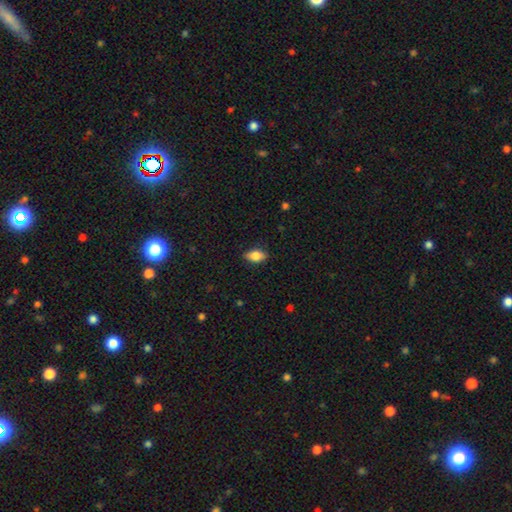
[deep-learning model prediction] Smooth or featured? Predicted: smooth (p=0.81). How rounded? Predicted: in between (p=0.88). Merging? Predicted: none (p=0.85).